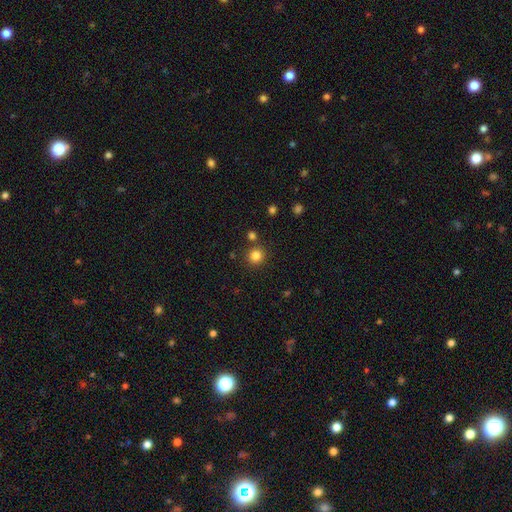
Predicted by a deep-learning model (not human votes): This is clearly a smooth galaxy (83%). How rounded: clearly round (92%). Merging: clearly none (84%).